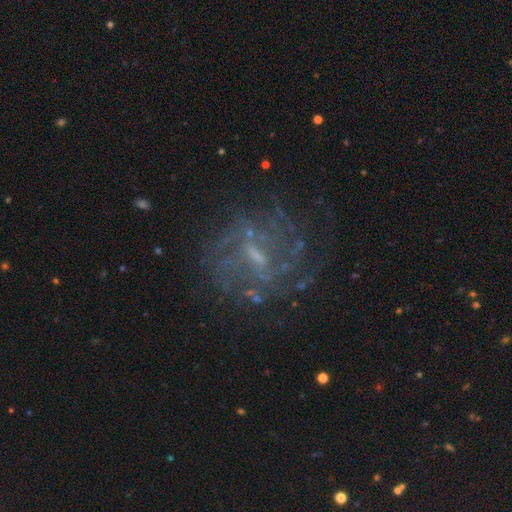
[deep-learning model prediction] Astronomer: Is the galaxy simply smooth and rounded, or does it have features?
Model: featured or disk — 73%.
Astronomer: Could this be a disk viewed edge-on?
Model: no — 96%.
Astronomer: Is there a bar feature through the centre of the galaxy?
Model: weak — 54%.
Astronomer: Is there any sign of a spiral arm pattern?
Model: yes — 72%.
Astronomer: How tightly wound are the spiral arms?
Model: tight — 42% (runner-up: medium, 36%).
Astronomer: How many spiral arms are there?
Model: can't tell — 56%.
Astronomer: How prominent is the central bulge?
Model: small — 54%.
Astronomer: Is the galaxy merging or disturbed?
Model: none — 70%.